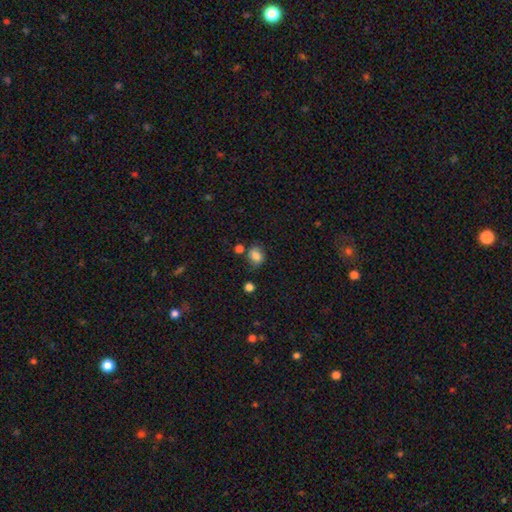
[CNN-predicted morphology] A smooth galaxy with no disk features (80%) that is round (52%).

Vote fractions:
- Smooth or featured? smooth: 80% / star or artifact: 10% / featured or disk: 10%
- How rounded? round: 52% / in between: 47% / cigar-shaped: 1%
- Merging? none: 68% / minor disturbance: 19% / merger: 8% / major disturbance: 5%